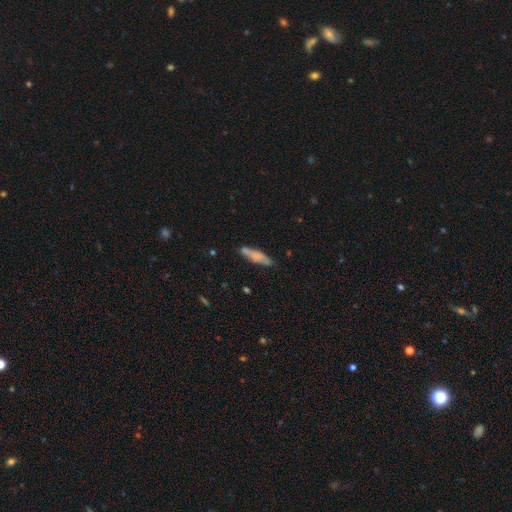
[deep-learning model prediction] Smooth or featured? smooth (70%)
How rounded? cigar-shaped (76%)
Merging? none (78%)